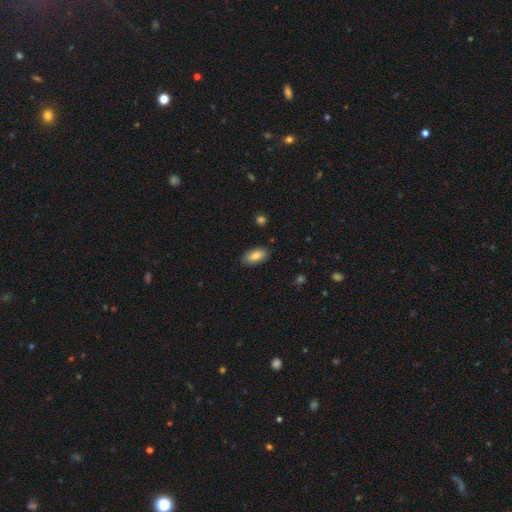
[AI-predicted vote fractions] smooth-or-featured: smooth: 79% | featured or disk: 14% | star or artifact: 7%
  how-rounded: in between: 92% | cigar-shaped: 5% | round: 3%
  merging: none: 86% | minor disturbance: 11% | major disturbance: 2% | merger: 1%